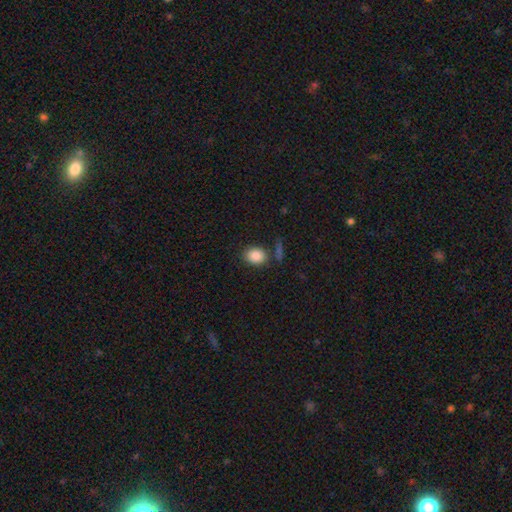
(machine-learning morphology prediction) Smooth or featured? smooth (87%)
How rounded? in between (51%)
Merging? none (76%)